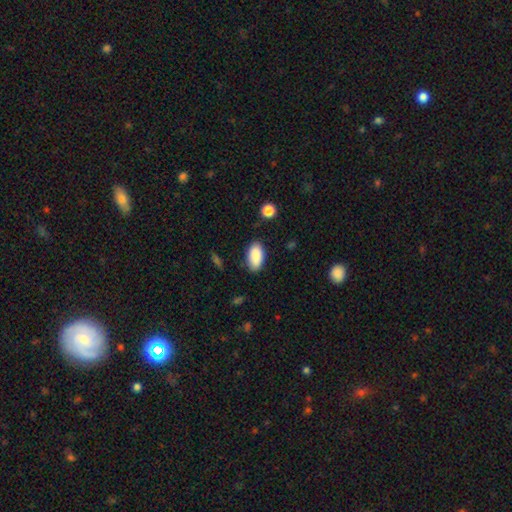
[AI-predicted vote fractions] smooth-or-featured: smooth: 89% | star or artifact: 7% | featured or disk: 4%
  how-rounded: in between: 94% | cigar-shaped: 4% | round: 3%
  merging: none: 83% | minor disturbance: 13% | major disturbance: 3% | merger: 2%